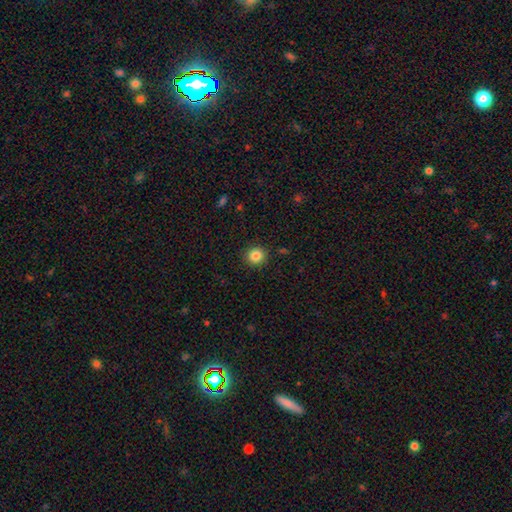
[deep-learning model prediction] smooth 85%, star or artifact 10%, featured or disk 5%. Down the decision tree: how rounded — round (91%); merging — none (91%).